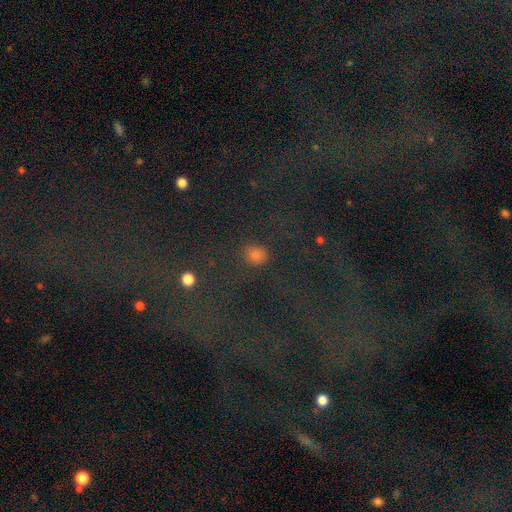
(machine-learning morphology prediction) Smooth or featured?
  - star or artifact: 71% *
  - smooth: 16%
  - featured or disk: 13%